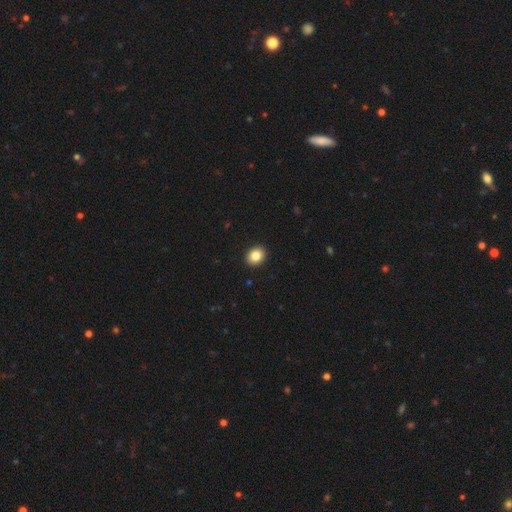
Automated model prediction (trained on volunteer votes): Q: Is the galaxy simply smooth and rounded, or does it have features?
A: smooth — 84%.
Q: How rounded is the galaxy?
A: round — 54%.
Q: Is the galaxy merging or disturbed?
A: none — 93%.